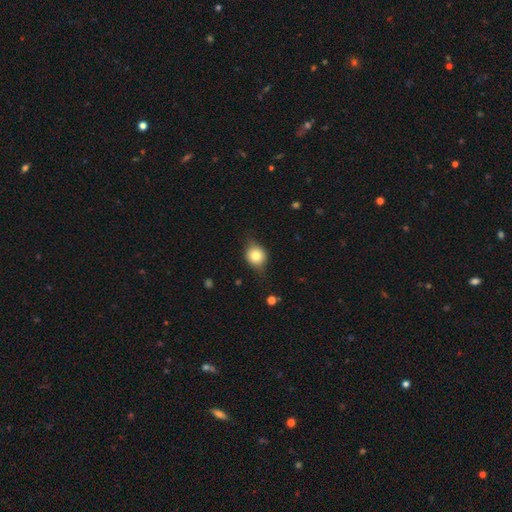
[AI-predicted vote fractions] Overall: smooth (71%). How rounded: round (72%). Merging: none (68%).